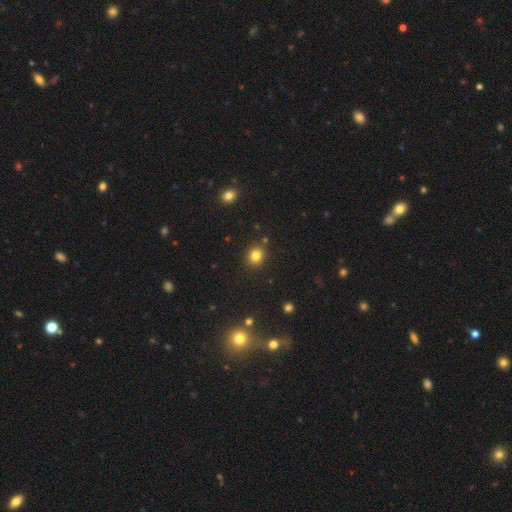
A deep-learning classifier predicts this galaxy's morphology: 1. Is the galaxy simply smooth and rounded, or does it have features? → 81% smooth, 13% star or artifact, 6% featured or disk.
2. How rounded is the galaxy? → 76% round, 23% in between, 1% cigar-shaped.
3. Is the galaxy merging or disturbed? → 87% none, 7% minor disturbance, 3% merger, 2% major disturbance.